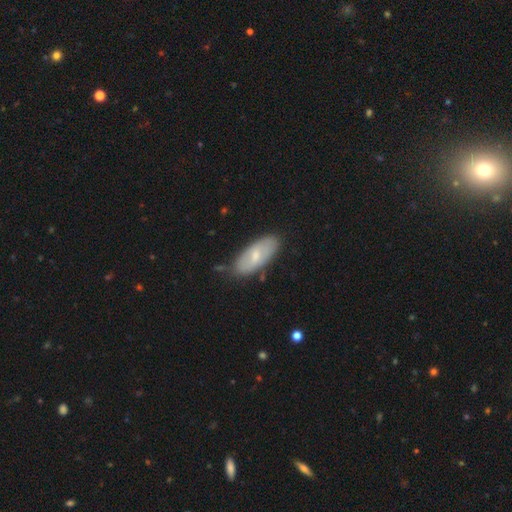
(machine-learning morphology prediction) A smooth galaxy with no disk features (60%) that is in between round and cigar-shaped (84%).

Vote fractions:
- Smooth or featured? smooth: 60% / featured or disk: 34% / star or artifact: 6%
- How rounded? in between: 84% / cigar-shaped: 14% / round: 2%
- Merging? none: 75% / minor disturbance: 19% / major disturbance: 4% / merger: 3%